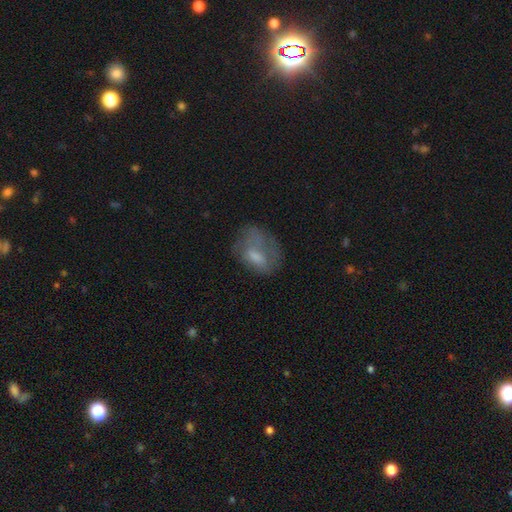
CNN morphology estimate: Q: Smooth or featured?
A: smooth (53%); runner-up: featured or disk (35%)
Q: How rounded?
A: in between (75%); runner-up: round (23%)
Q: Merging?
A: none (43%); runner-up: major disturbance (28%)